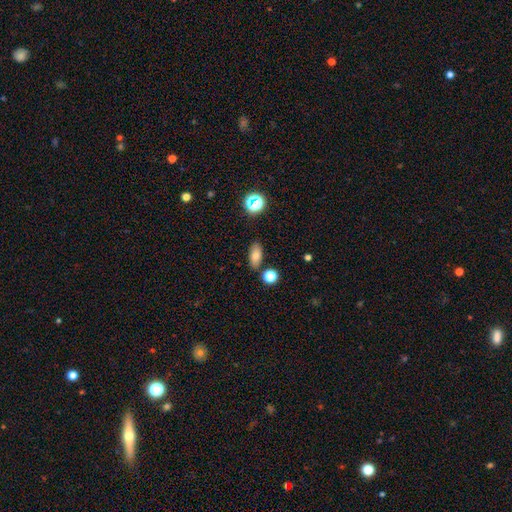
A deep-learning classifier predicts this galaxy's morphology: Smooth or featured: smooth — 77% (star or artifact — 12%)
How rounded: in between — 84% (cigar-shaped — 9%)
Merging: none — 83% (minor disturbance — 10%)